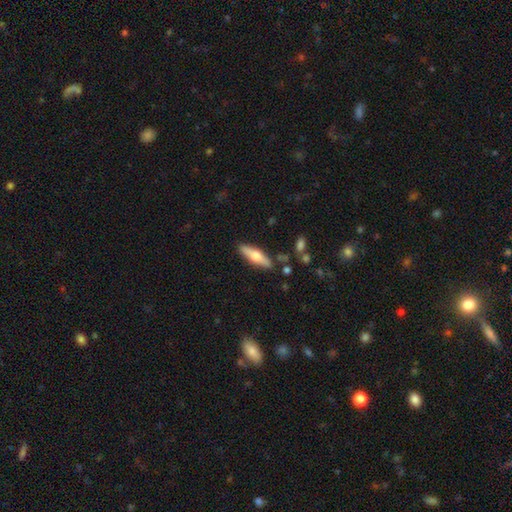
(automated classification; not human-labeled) Smooth or featured? Predicted: smooth (p=0.54). How rounded? Predicted: cigar-shaped (p=0.62). Merging? Predicted: none (p=0.85).